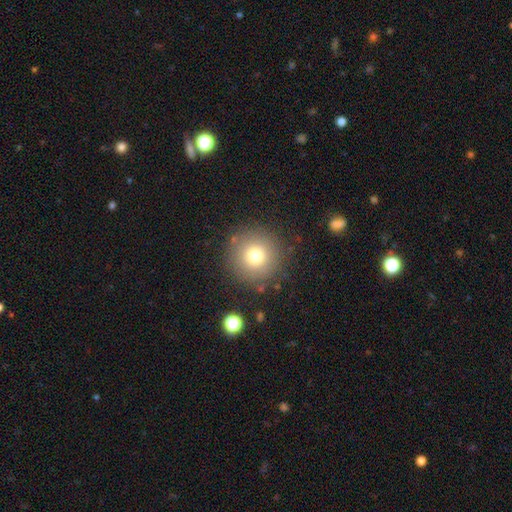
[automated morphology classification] Smooth or featured? Predicted: smooth (p=0.74). How rounded? Predicted: round (p=0.96). Merging? Predicted: none (p=0.86).